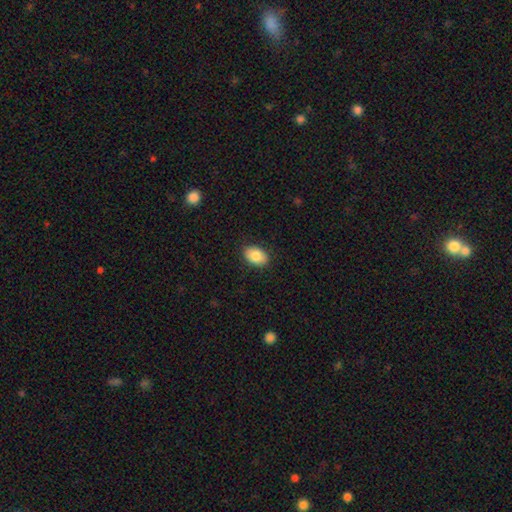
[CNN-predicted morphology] A smooth galaxy with no disk features (85%) that is in between round and cigar-shaped (83%).

Vote fractions:
- Smooth or featured? smooth: 85% / featured or disk: 8% / star or artifact: 7%
- How rounded? in between: 83% / round: 16% / cigar-shaped: 1%
- Merging? none: 88% / minor disturbance: 9% / major disturbance: 2% / merger: 1%